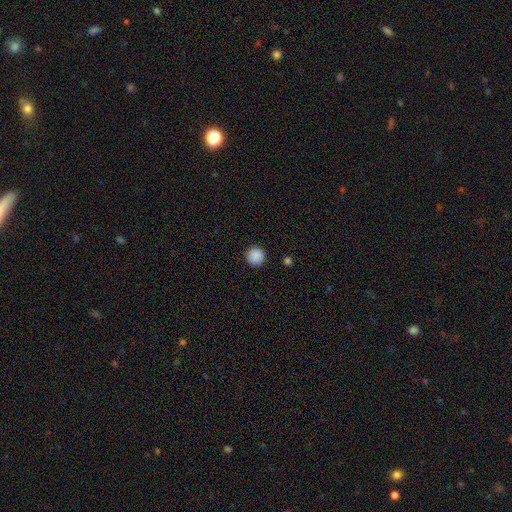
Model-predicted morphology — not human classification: Smooth or featured?
  - smooth: 89% *
  - star or artifact: 9%
  - featured or disk: 2%
How rounded?
  - round: 96% *
  - in between: 3%
  - cigar-shaped: 1%
Merging?
  - none: 92% *
  - minor disturbance: 5%
  - major disturbance: 2%
  - merger: 1%